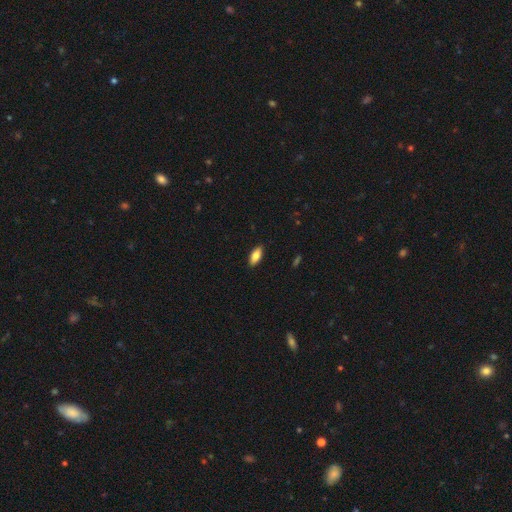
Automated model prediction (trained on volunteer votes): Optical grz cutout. It shows a smooth galaxy with no disk features (82%) that is in between round and cigar-shaped (83%). Merging: none (89%).